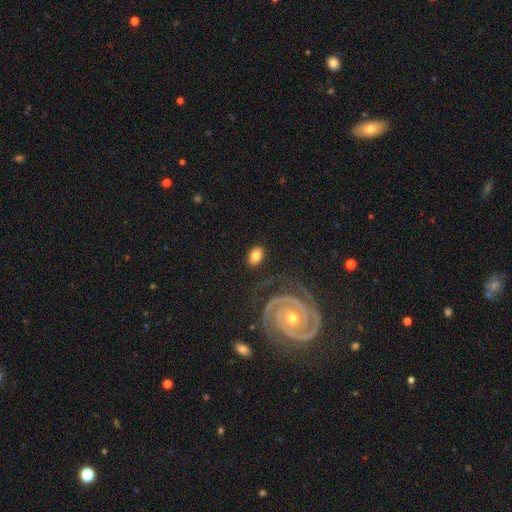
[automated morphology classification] Overall: smooth (72%). How rounded: in between (84%). Merging: none (81%).